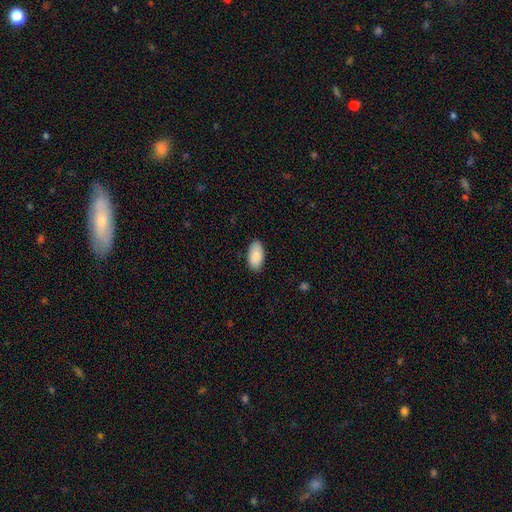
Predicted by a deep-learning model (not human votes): Smooth or featured? smooth (90%)
How rounded? in between (95%)
Merging? none (86%)